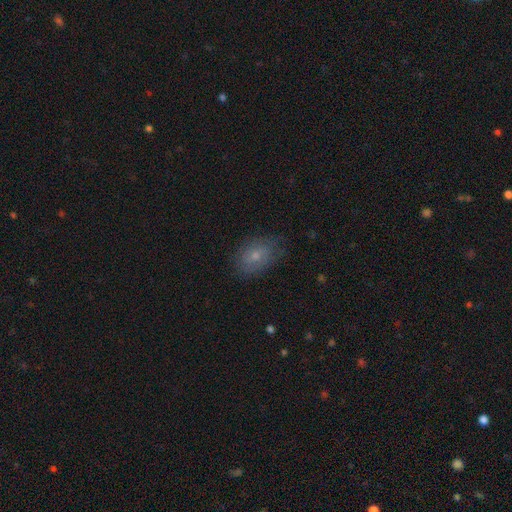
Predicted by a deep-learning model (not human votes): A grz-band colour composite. It shows a smooth galaxy with no disk features (60%) that is in between round and cigar-shaped (79%). Merging: none (72%).